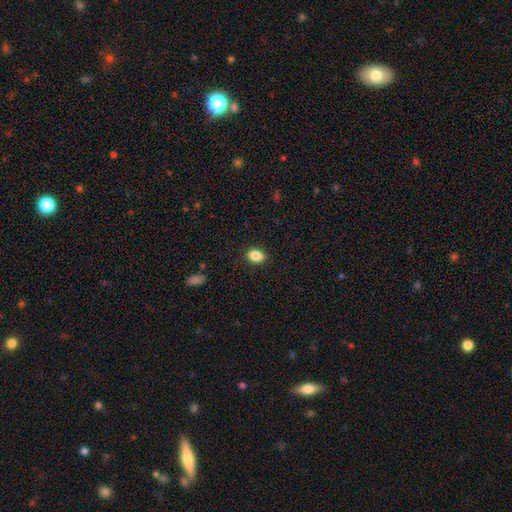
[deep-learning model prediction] Q: Smooth or featured?
A: smooth (87%); runner-up: star or artifact (9%)
Q: How rounded?
A: in between (73%); runner-up: round (26%)
Q: Merging?
A: none (89%); runner-up: minor disturbance (8%)